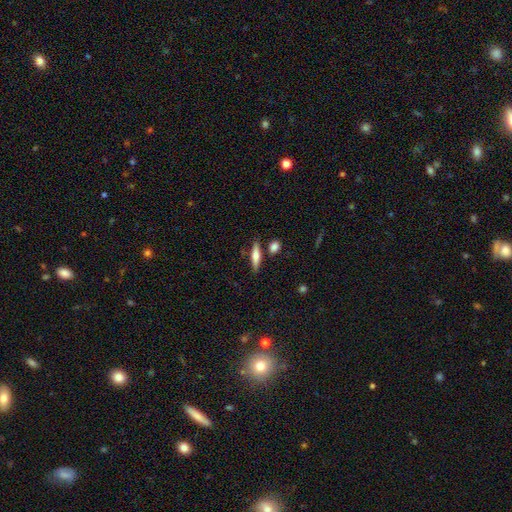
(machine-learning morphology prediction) smooth 58%, featured or disk 35%, star or artifact 7%. Down the decision tree: how rounded — cigar-shaped (75%); merging — none (80%).